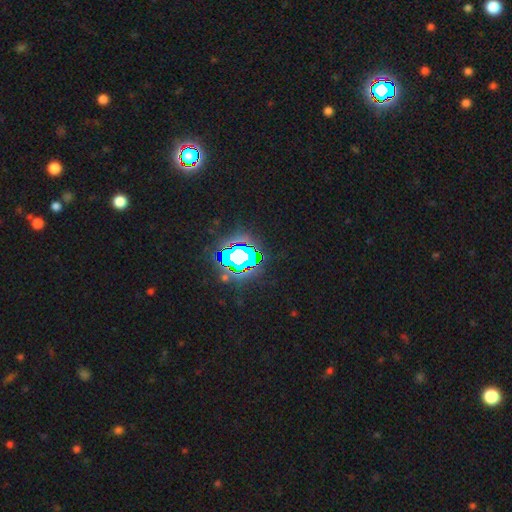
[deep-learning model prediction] Morphology: type=star or artifact (83%).